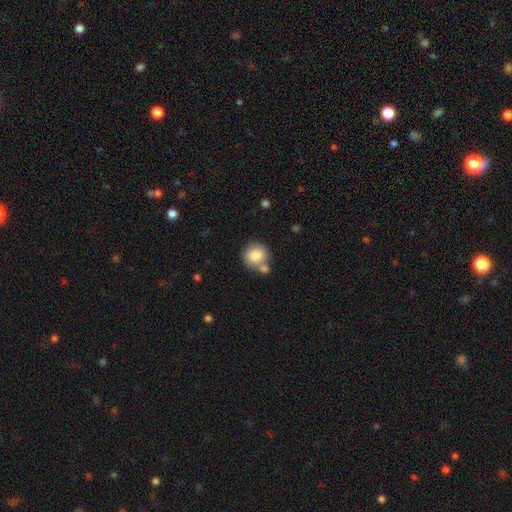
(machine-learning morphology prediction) The model was most divided on "merging": none: 57%, merger: 28%, minor disturbance: 12%, major disturbance: 4%. More confident: how rounded — round (88%); smooth or featured — smooth (83%).